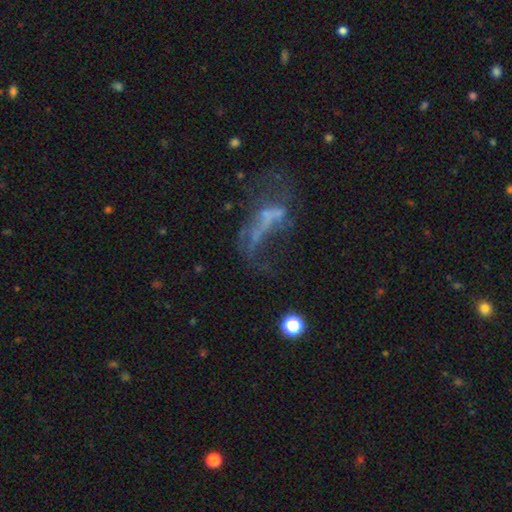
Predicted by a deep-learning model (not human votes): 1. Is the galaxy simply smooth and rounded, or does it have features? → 54% featured or disk, 24% star or artifact, 22% smooth.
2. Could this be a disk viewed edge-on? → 89% no, 11% yes.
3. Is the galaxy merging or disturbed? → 44% major disturbance, 29% none, 14% minor disturbance, 13% merger.